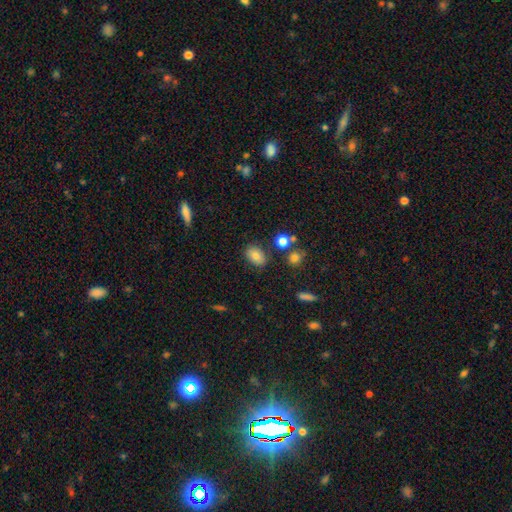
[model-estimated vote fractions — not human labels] This is likely a smooth galaxy (80%). How rounded: clearly in between (80%). Merging: likely none (80%).